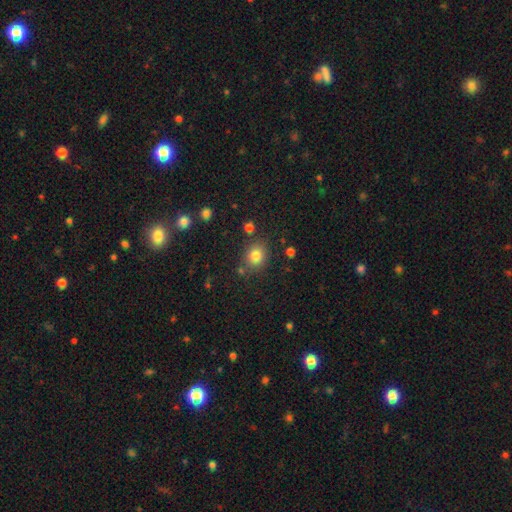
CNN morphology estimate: This is likely a smooth galaxy (80%). How rounded: likely round (69%). Merging: likely none (80%).